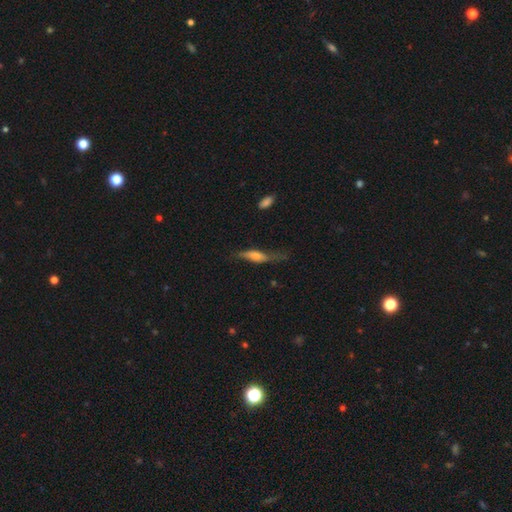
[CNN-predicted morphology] type=smooth (47%); merging=none (49%).